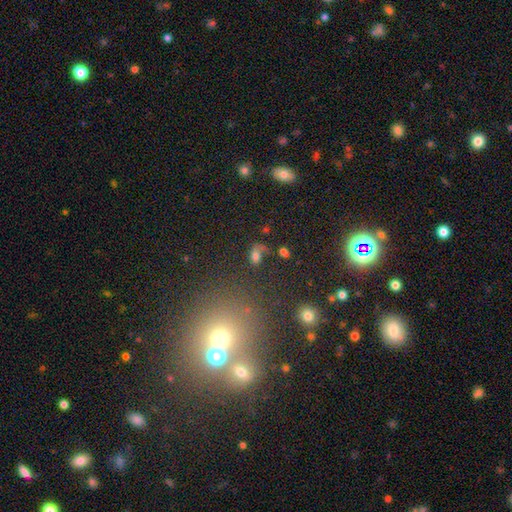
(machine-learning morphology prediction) A smooth galaxy with no disk features (56%) that is in between round and cigar-shaped (74%).

Vote fractions:
- Smooth or featured? smooth: 56% / featured or disk: 27% / star or artifact: 18%
- How rounded? in between: 74% / round: 22% / cigar-shaped: 4%
- Merging? none: 38% / major disturbance: 28% / minor disturbance: 18% / merger: 16%